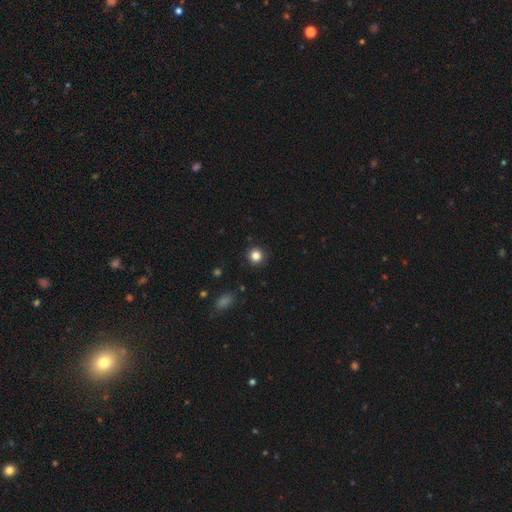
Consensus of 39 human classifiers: A smooth galaxy with no disk features (92%) that is round (94%).

Vote fractions:
- Smooth or featured? smooth: 92% / star or artifact: 8% / featured or disk: 0%
- How rounded? round: 94% / in between: 3% / cigar-shaped: 3%
- Merging? none: 92% / minor disturbance: 6% / major disturbance: 3% / merger: 0%